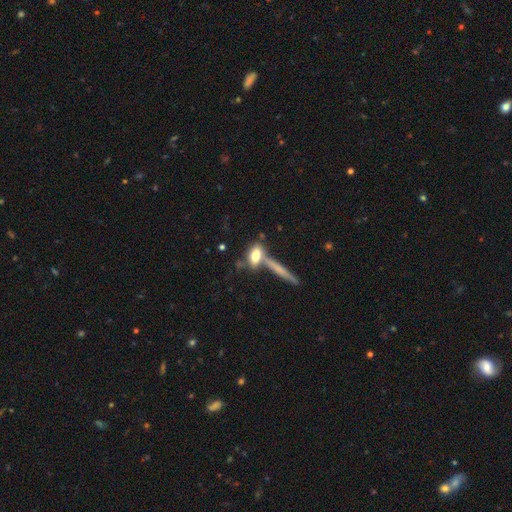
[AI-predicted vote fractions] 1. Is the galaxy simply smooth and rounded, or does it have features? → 69% smooth, 22% featured or disk, 8% star or artifact.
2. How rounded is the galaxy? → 63% in between, 26% cigar-shaped, 11% round.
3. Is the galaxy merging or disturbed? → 49% none, 29% merger, 15% minor disturbance, 7% major disturbance.